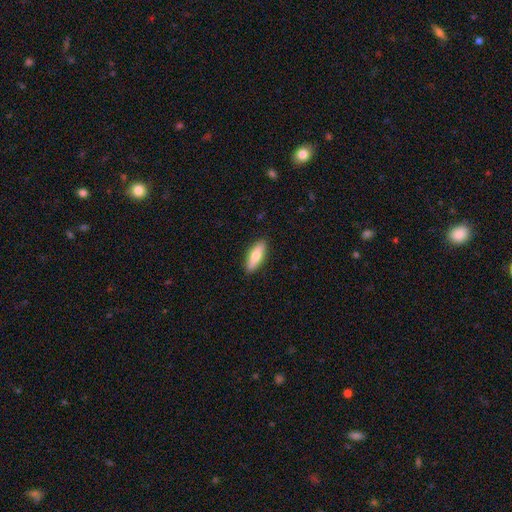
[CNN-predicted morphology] Smooth or featured?
  - smooth: 72% *
  - featured or disk: 22%
  - star or artifact: 6%
How rounded?
  - in between: 59% *
  - cigar-shaped: 39%
  - round: 2%
Merging?
  - none: 89% *
  - minor disturbance: 8%
  - major disturbance: 2%
  - merger: 1%